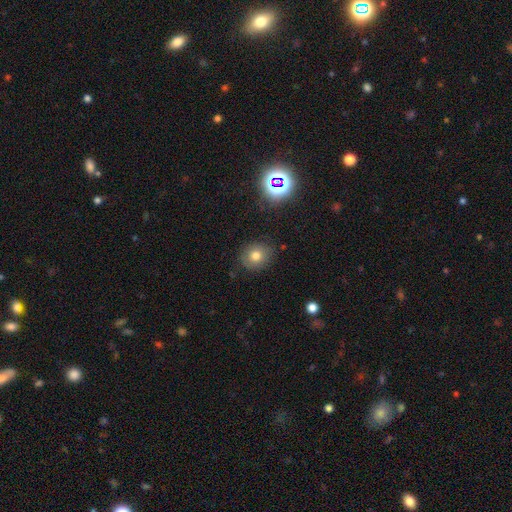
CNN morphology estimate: smooth 74%, star or artifact 15%, featured or disk 11%. Down the decision tree: how rounded — round (75%); merging — none (84%).